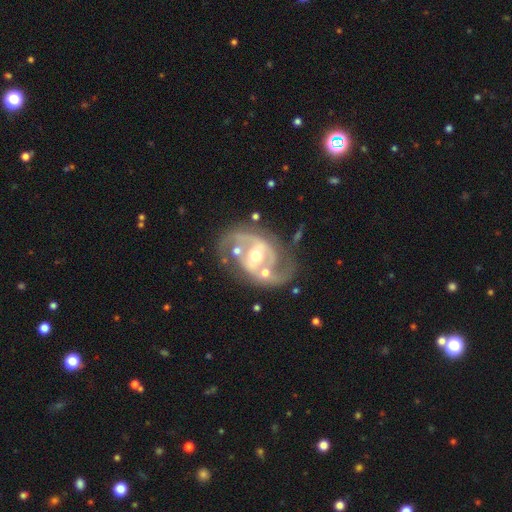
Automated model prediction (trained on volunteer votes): smooth_or_featured: featured or disk (p=0.88) [alt: smooth p=0.07]
disk_edge_on: no (p=0.97) [alt: yes p=0.03]
bar: strong (p=0.38) [alt: weak p=0.37]
has_spiral_arms: yes (p=0.91) [alt: no p=0.09]
spiral_winding: medium (p=0.55) [alt: tight p=0.24]
spiral_arm_count: 2 (p=0.86) [alt: can't tell p=0.06]
bulge_size: moderate (p=0.66) [alt: small p=0.27]
merging: none (p=0.64) [alt: minor disturbance p=0.17]